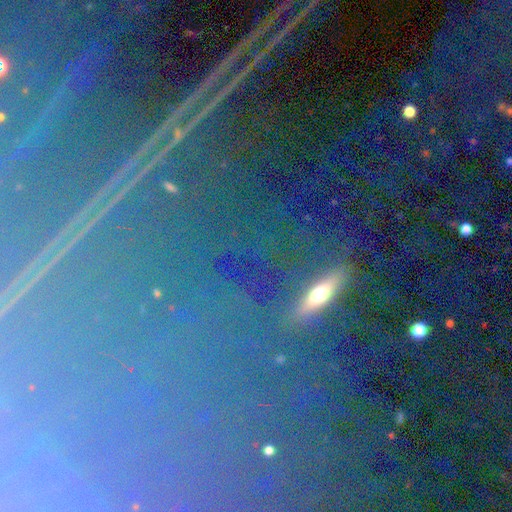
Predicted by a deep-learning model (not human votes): This appears to be a star or artifact, not a galaxy (56%).